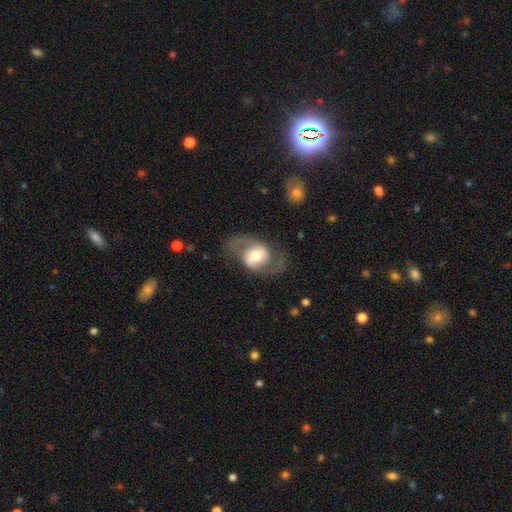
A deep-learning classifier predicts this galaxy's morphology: Smooth or featured?
  - featured or disk: 76% *
  - smooth: 19%
  - star or artifact: 6%
Edge-on disk?
  - no: 96% *
  - yes: 4%
Bar?
  - no: 42% *
  - weak: 40%
  - strong: 18%
Spiral arms?
  - yes: 88% *
  - no: 12%
Spiral winding?
  - medium: 47% *
  - loose: 42%
  - tight: 11%
Spiral arm count?
  - 2: 91% *
  - can't tell: 4%
  - 1: 3%
  - 3: 1%
  - 4: 1%
  - more than 4: 1%
Bulge size?
  - moderate: 60% *
  - large: 22%
  - small: 13%
  - dominant: 3%
  - none: 1%
Merging?
  - none: 70% *
  - minor disturbance: 15%
  - major disturbance: 13%
  - merger: 2%